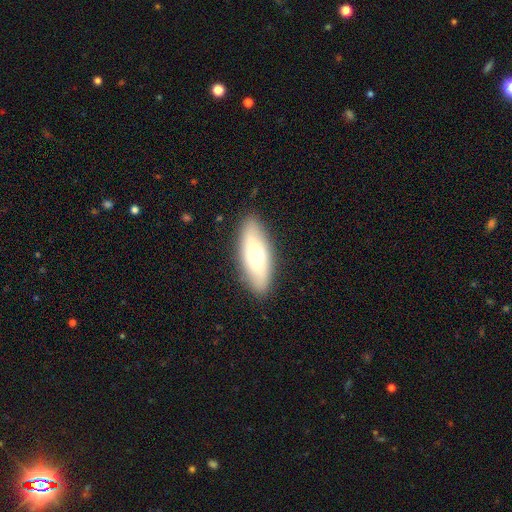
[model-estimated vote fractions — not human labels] Morphology: type=smooth (63%); roundness=in between (69%); merging=none (87%).